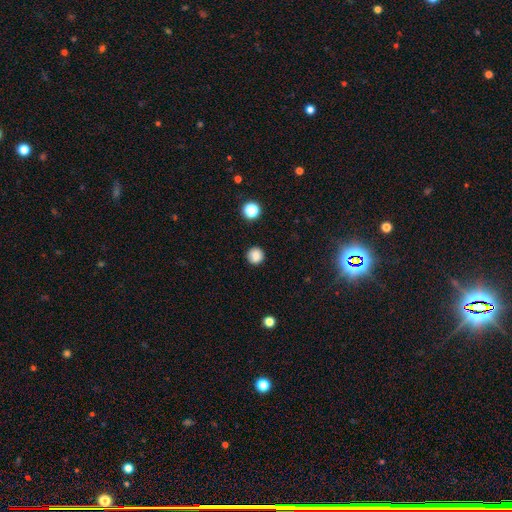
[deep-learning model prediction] This appears to be a smooth galaxy with no disk features (85%) that is round (93%). Merging: none (90%).